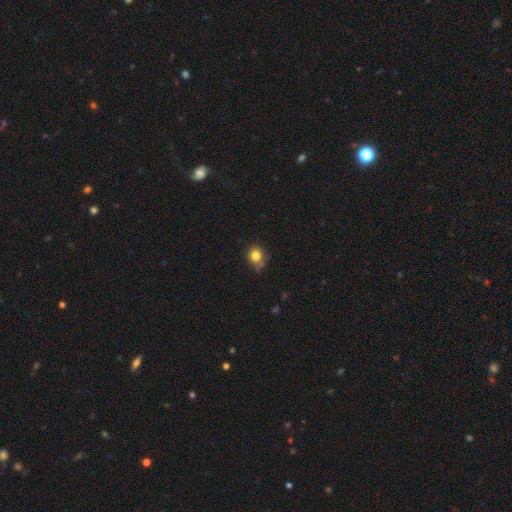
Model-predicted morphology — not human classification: Overall: smooth (81%). How rounded: round (83%). Merging: none (63%; minor disturbance 23%).